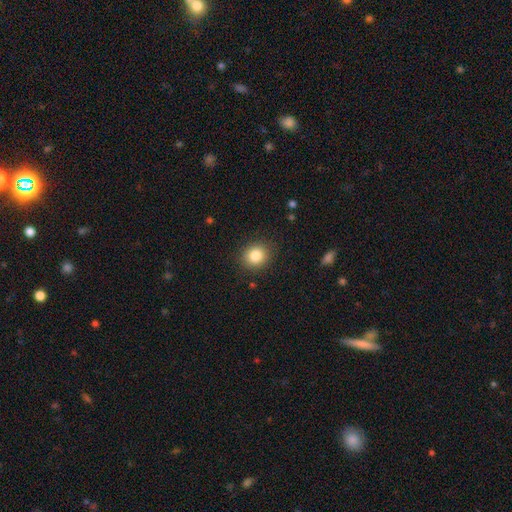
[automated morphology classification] Smooth or featured: smooth — 84% (star or artifact — 10%)
How rounded: round — 75% (in between — 24%)
Merging: none — 88% (minor disturbance — 8%)